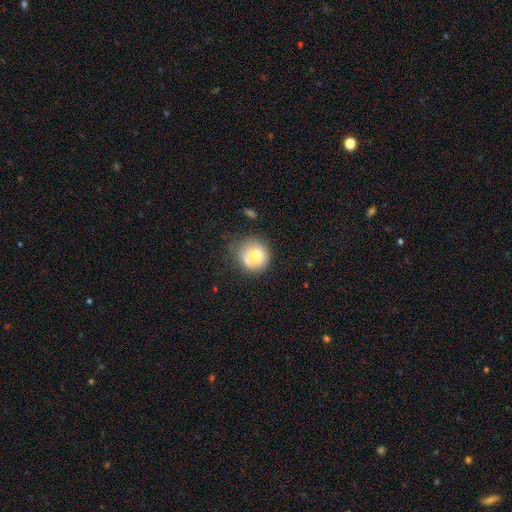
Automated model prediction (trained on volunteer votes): A smooth galaxy with no disk features (69%) that is round (87%).

Vote fractions:
- Smooth or featured? smooth: 69% / featured or disk: 22% / star or artifact: 9%
- How rounded? round: 87% / in between: 12% / cigar-shaped: 1%
- Merging? none: 55% / minor disturbance: 25% / major disturbance: 12% / merger: 9%